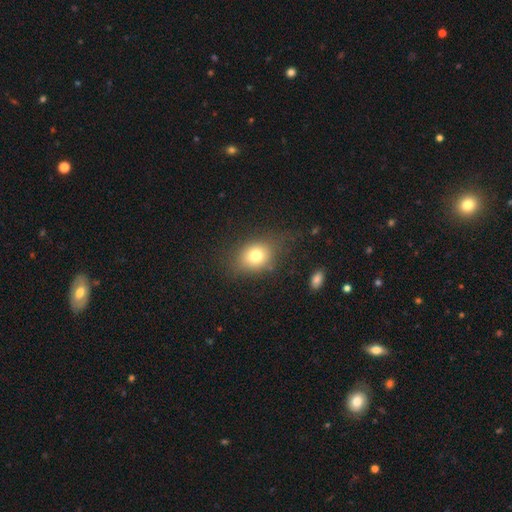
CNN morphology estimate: Q: Smooth or featured?
A: smooth (75%); runner-up: featured or disk (13%)
Q: How rounded?
A: round (52%); runner-up: in between (47%)
Q: Merging?
A: none (68%); runner-up: minor disturbance (20%)